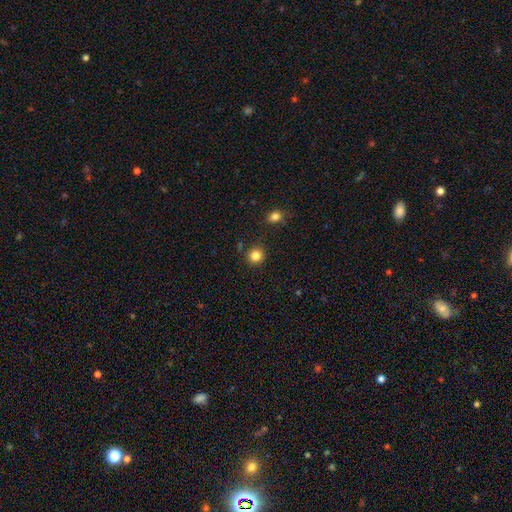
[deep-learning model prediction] A smooth galaxy with no disk features (83%) that is round (92%). Merging: none (87%).